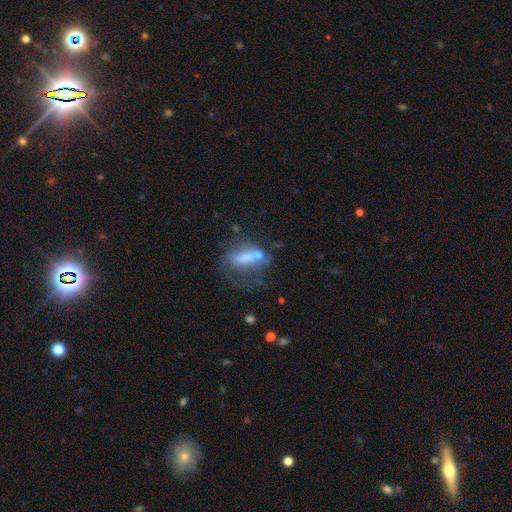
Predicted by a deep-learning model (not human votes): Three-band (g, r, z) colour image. It shows a smooth galaxy with no disk features (49%). Merging: none (35%).